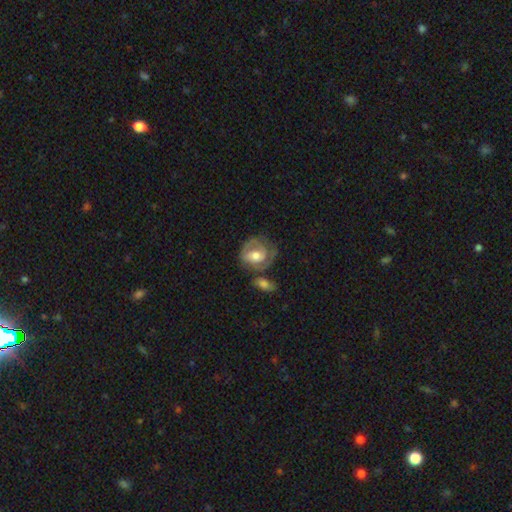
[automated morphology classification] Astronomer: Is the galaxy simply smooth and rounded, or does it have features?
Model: featured or disk — 65%.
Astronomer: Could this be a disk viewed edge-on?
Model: no — 96%.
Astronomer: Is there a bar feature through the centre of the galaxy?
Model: no — 51% (runner-up: weak, 36%).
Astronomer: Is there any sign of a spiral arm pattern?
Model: yes — 73%.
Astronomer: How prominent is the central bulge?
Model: moderate — 71%.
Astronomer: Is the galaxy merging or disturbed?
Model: none — 51%.